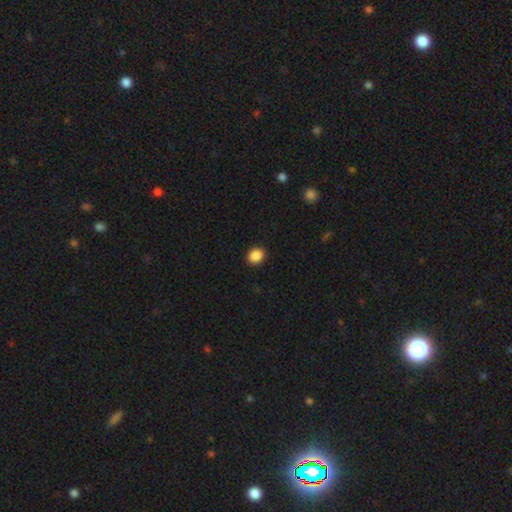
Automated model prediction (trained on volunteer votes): Morphology: type=smooth (89%); roundness=round (55%); merging=none (91%).